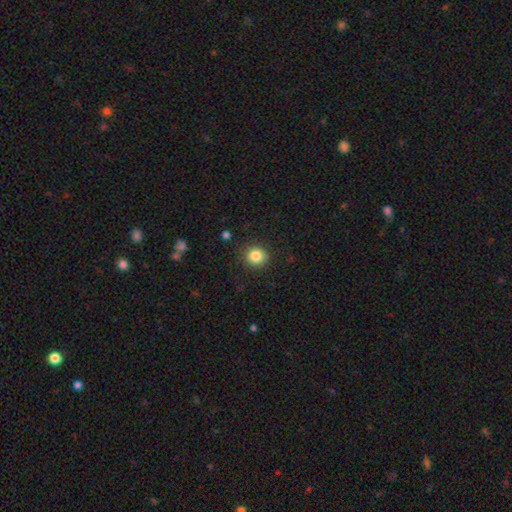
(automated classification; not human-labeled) Overall: smooth (84%). How rounded: round (90%). Merging: none (90%).